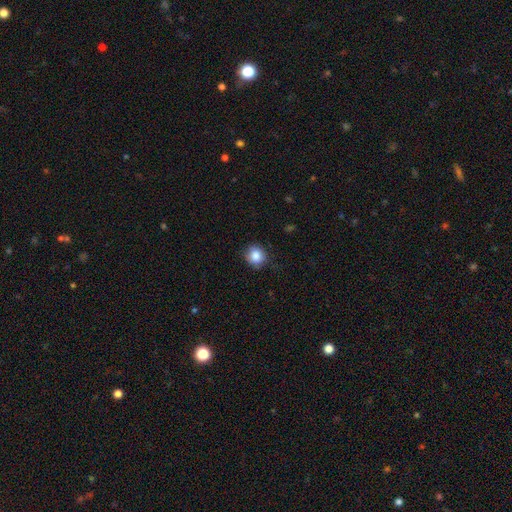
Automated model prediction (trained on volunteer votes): A smooth galaxy with no disk features (85%) that is round (87%).

Vote fractions:
- Smooth or featured? smooth: 85% / star or artifact: 9% / featured or disk: 6%
- How rounded? round: 87% / in between: 12% / cigar-shaped: 1%
- Merging? none: 79% / minor disturbance: 16% / major disturbance: 3% / merger: 1%